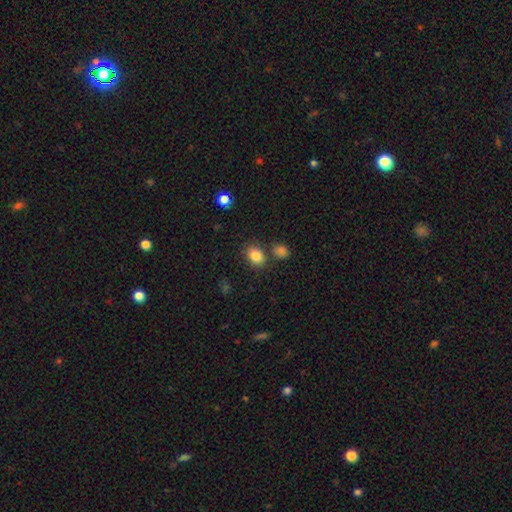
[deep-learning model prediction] A smooth galaxy with no disk features (84%) that is in between round and cigar-shaped (59%). Merging: none (75%).